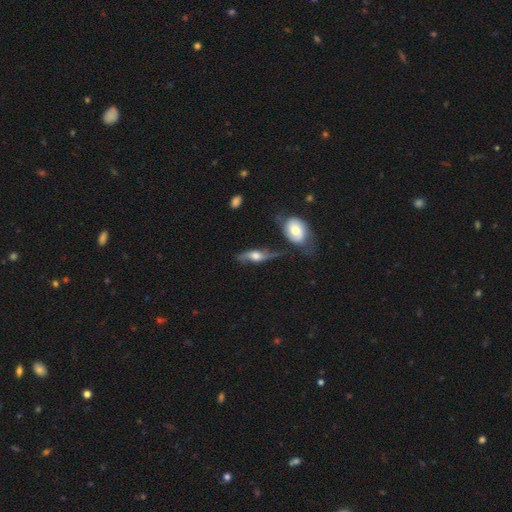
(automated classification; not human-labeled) smooth_or_featured: featured or disk (p=0.67) [alt: smooth p=0.26]
disk_edge_on: no (p=0.62) [alt: yes p=0.38]
merging: none (p=0.53) [alt: minor disturbance p=0.22]